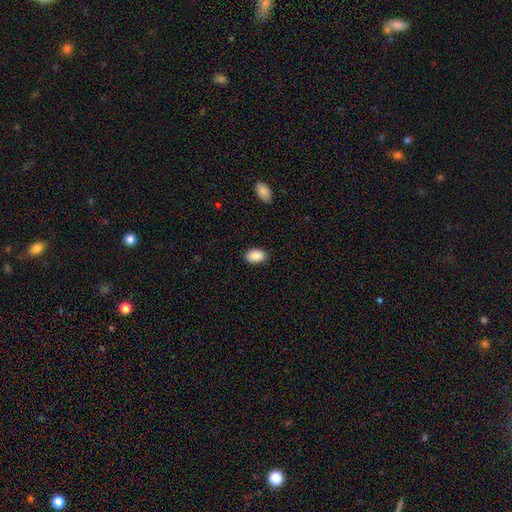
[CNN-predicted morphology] Smooth or featured? Predicted: smooth (p=0.89). How rounded? Predicted: in between (p=0.89). Merging? Predicted: none (p=0.88).